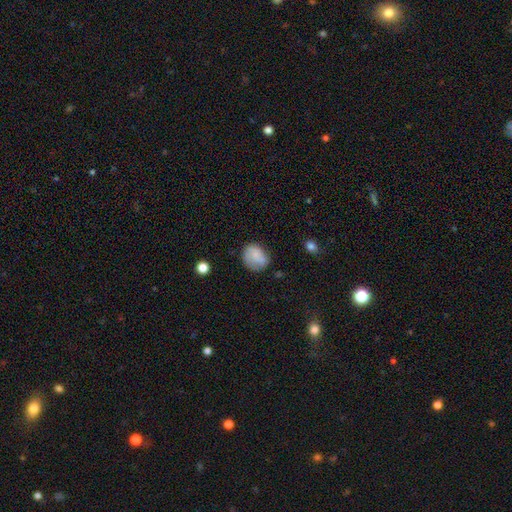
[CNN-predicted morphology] A smooth galaxy with no disk features (72%) that is round (57%). Merging: none (55%).